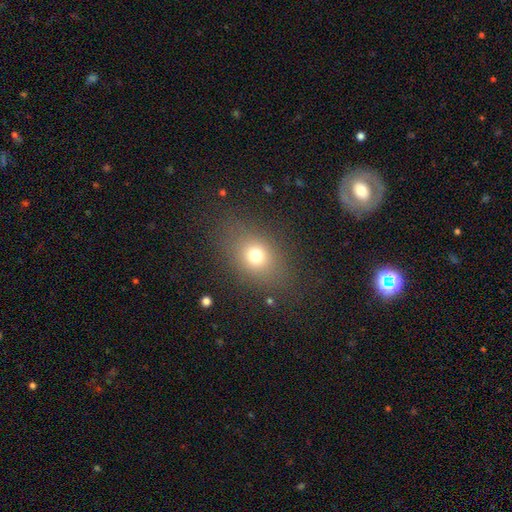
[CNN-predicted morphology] This is likely a smooth galaxy (71%). How rounded: possibly in between (55%). Merging: likely none (80%).